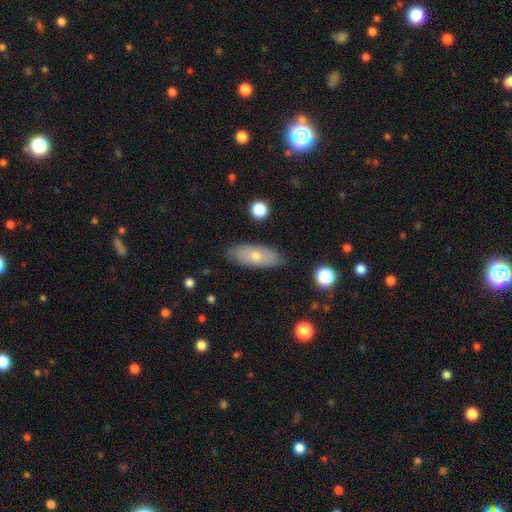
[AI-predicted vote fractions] Smooth or featured? Predicted: smooth (p=0.60). How rounded? Predicted: in between (p=0.74). Merging? Predicted: none (p=0.86).